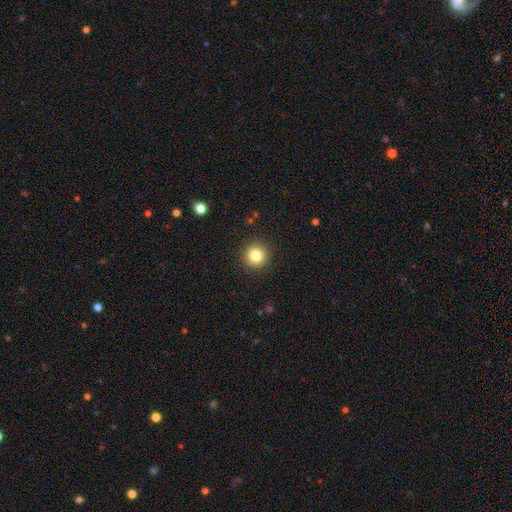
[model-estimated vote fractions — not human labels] A smooth galaxy with no disk features (81%) that is round (95%). Merging: none (91%).